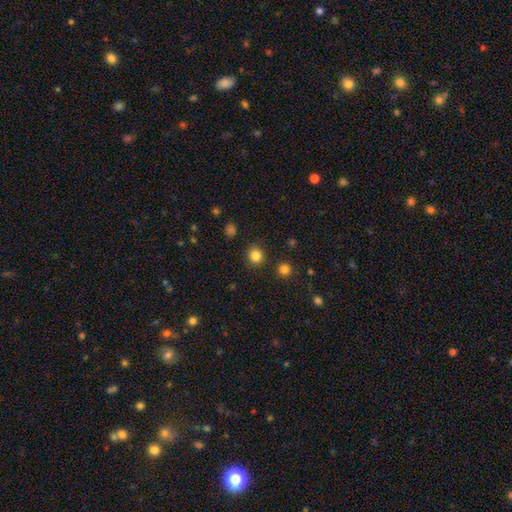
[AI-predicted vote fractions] Overall: smooth (83%). How rounded: round (90%). Merging: none (89%).